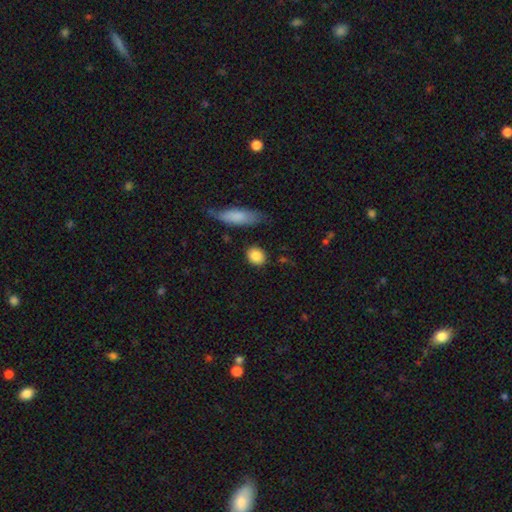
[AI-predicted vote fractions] smooth-or-featured: smooth: 86% | star or artifact: 7% | featured or disk: 7%
  how-rounded: round: 64% | in between: 33% | cigar-shaped: 3%
  merging: none: 84% | minor disturbance: 10% | merger: 3% | major disturbance: 3%